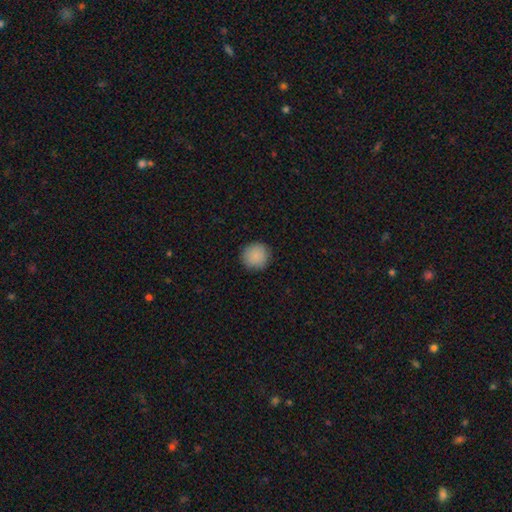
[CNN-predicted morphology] A smooth galaxy with no disk features (88%) that is round (94%). Merging: none (91%).